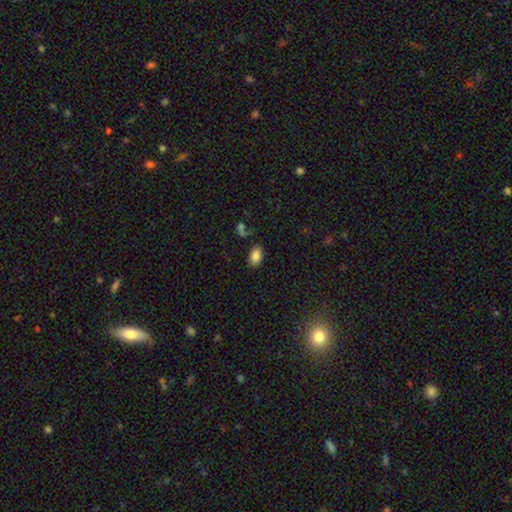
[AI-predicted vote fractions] A smooth galaxy with no disk features (85%) that is in between round and cigar-shaped (92%).

Vote fractions:
- Smooth or featured? smooth: 85% / star or artifact: 9% / featured or disk: 6%
- How rounded? in between: 92% / round: 7% / cigar-shaped: 2%
- Merging? none: 82% / minor disturbance: 11% / merger: 4% / major disturbance: 4%